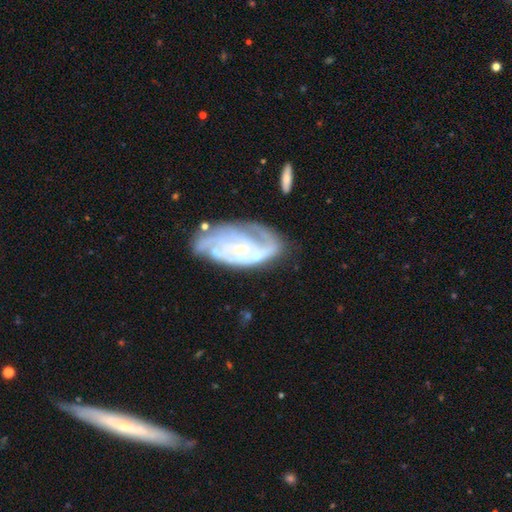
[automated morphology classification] Smooth or featured? Predicted: featured or disk (p=0.78). Edge-on disk? Predicted: no (p=0.96). Bar? Predicted: no (p=0.64). Spiral arms? Predicted: yes (p=0.81). Spiral winding? Predicted: tight (p=0.46). Spiral arm count? Predicted: can't tell (p=0.34). Bulge size? Predicted: small (p=0.55). Merging? Predicted: none (p=0.49).